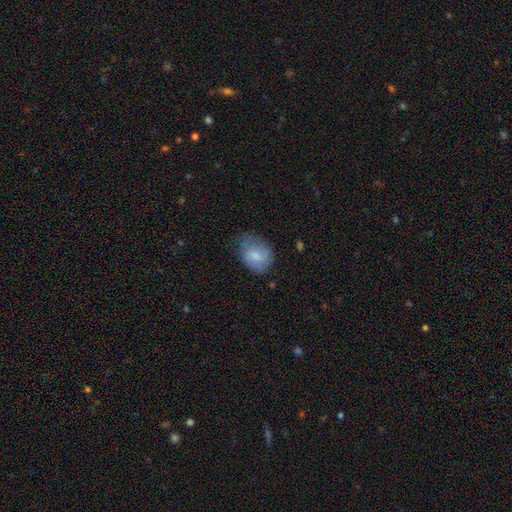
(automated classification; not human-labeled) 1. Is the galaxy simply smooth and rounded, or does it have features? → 74% smooth, 19% featured or disk, 7% star or artifact.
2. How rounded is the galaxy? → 64% in between, 35% round, 1% cigar-shaped.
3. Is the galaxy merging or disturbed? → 52% none, 34% minor disturbance, 12% major disturbance, 2% merger.